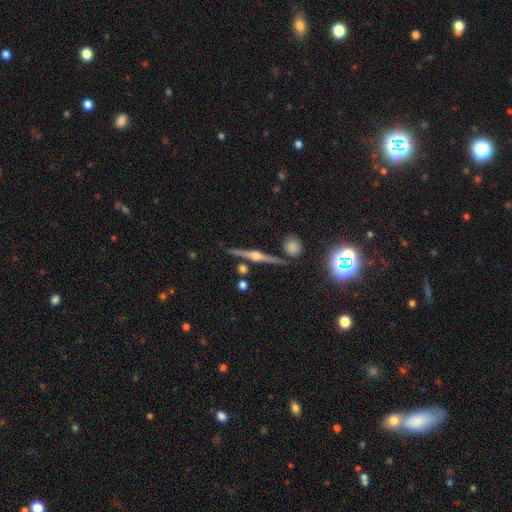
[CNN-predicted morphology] The model was most divided on "smooth or featured": featured or disk: 84%, smooth: 9%, star or artifact: 7%. More confident: edge-on disk — yes (98%); edge-on bulge — rounded (93%); merging — none (87%).